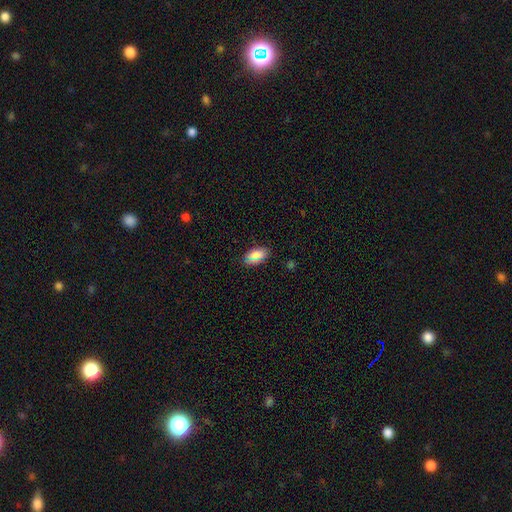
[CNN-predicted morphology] Smooth or featured? Predicted: smooth (p=0.83). How rounded? Predicted: in between (p=0.92). Merging? Predicted: none (p=0.82).